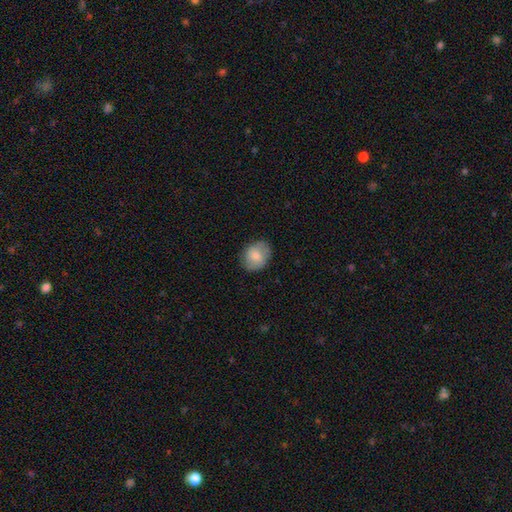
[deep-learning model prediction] The model was most divided on "how rounded": round: 51%, in between: 48%, cigar-shaped: 1%. More confident: merging — none (82%); smooth or featured — smooth (77%).